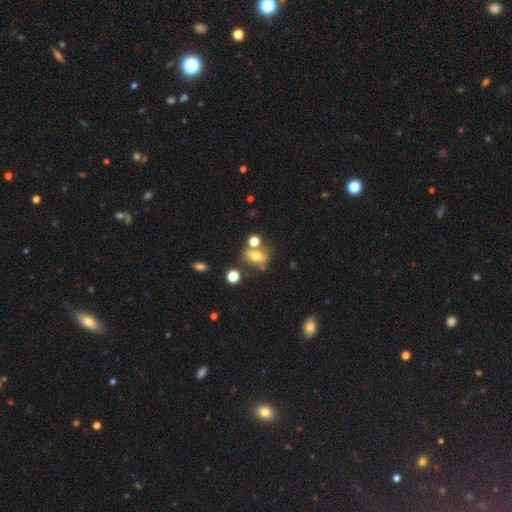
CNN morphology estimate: This is possibly a smooth galaxy (54%). How rounded: likely in between (61%). Merging: possibly none (53%).